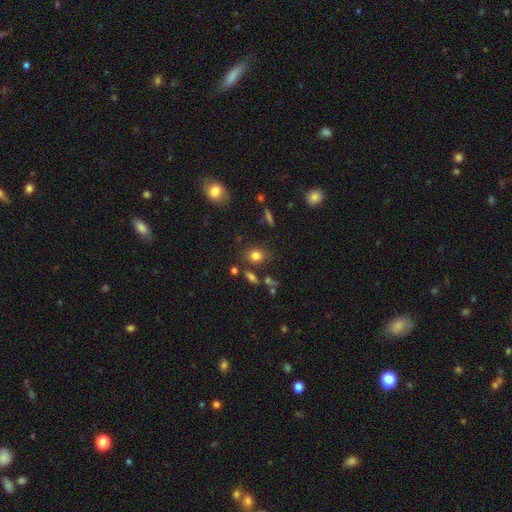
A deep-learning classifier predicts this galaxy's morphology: smooth 80%, star or artifact 12%, featured or disk 8%. Down the decision tree: how rounded — round (54%); merging — none (77%).